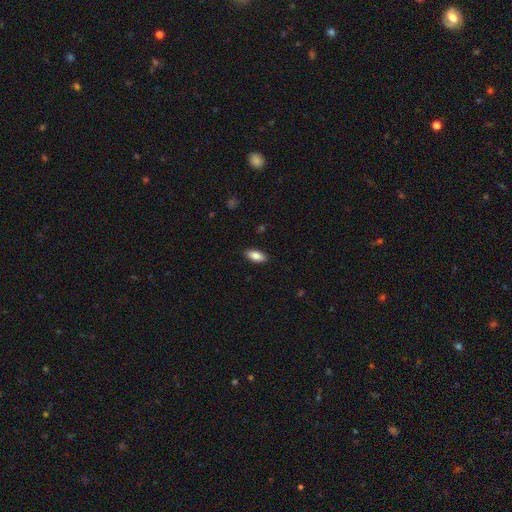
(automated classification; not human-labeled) Smooth or featured? Predicted: smooth (p=0.85). How rounded? Predicted: in between (p=0.86). Merging? Predicted: none (p=0.88).